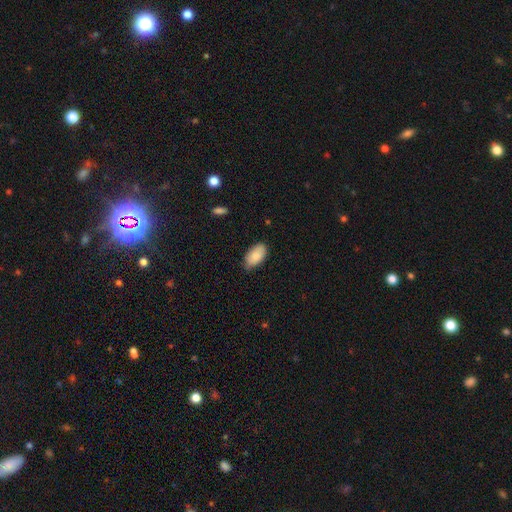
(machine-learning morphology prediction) Smooth or featured? Predicted: smooth (p=0.87). How rounded? Predicted: in between (p=0.95). Merging? Predicted: none (p=0.77).